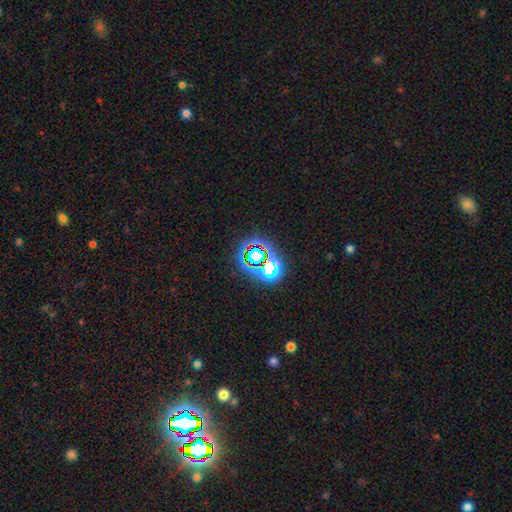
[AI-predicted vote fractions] This appears to be a star or artifact, not a galaxy (71%).